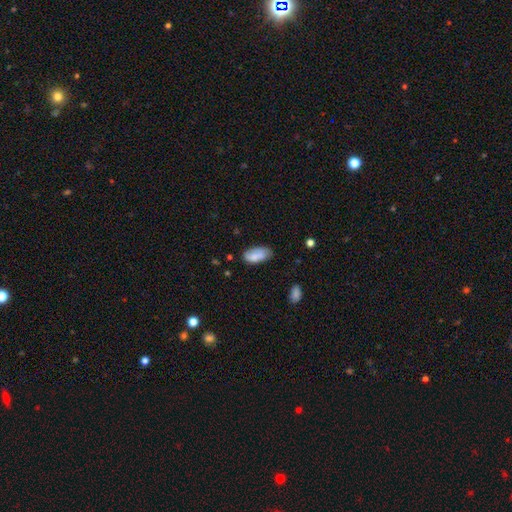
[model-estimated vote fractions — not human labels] A smooth galaxy with no disk features (78%) that is in between round and cigar-shaped (92%). Merging: none (64%).